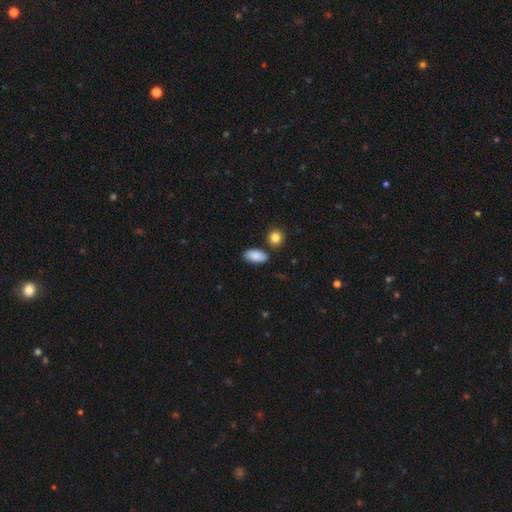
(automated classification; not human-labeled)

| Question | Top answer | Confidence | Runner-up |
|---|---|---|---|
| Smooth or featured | smooth | 89% | star or artifact (7%) |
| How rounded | in between | 93% | cigar-shaped (4%) |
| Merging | none | 80% | minor disturbance (12%) |